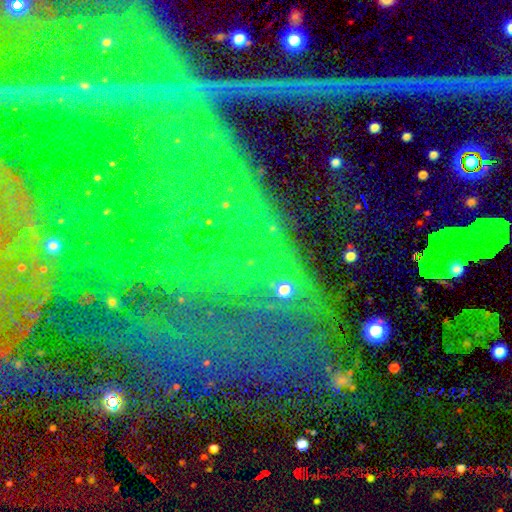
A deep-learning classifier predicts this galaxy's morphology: The model was most divided on "smooth or featured": star or artifact: 75%, featured or disk: 15%, smooth: 10%.